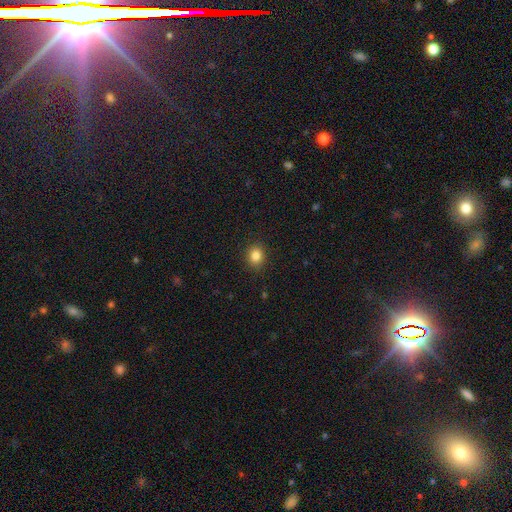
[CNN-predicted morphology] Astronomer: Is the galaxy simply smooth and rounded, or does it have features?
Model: smooth — 84%.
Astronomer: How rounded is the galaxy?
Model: round — 66%.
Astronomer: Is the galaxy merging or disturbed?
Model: none — 90%.